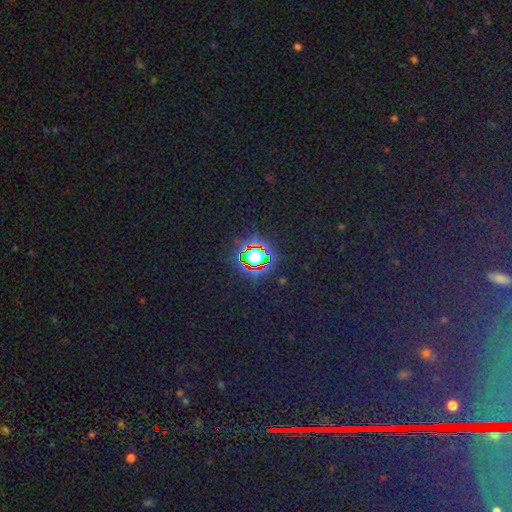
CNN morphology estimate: The model was most divided on "smooth or featured": star or artifact: 78%, smooth: 13%, featured or disk: 9%.